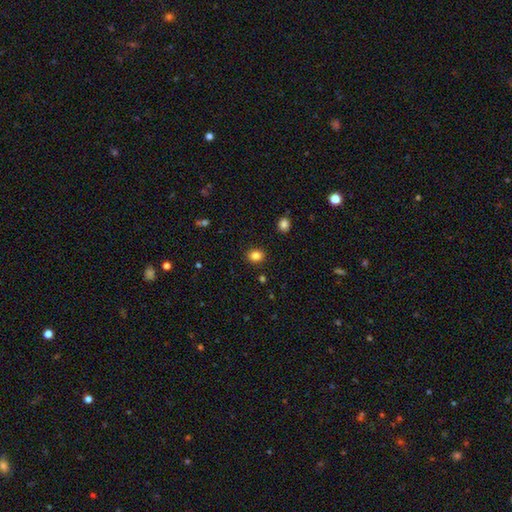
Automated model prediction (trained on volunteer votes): smooth_or_featured: smooth (p=0.85) [alt: star or artifact p=0.11]
how_rounded: round (p=0.57) [alt: in between p=0.42]
merging: none (p=0.89) [alt: minor disturbance p=0.07]